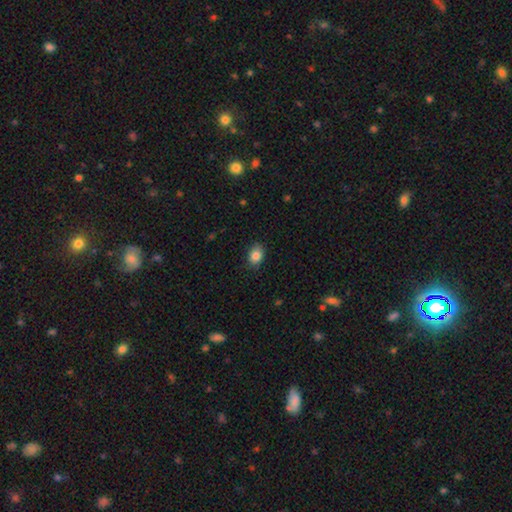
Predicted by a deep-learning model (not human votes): The model was most divided on "how rounded": in between: 66%, round: 33%, cigar-shaped: 1%. More confident: smooth or featured — smooth (86%); merging — none (82%).